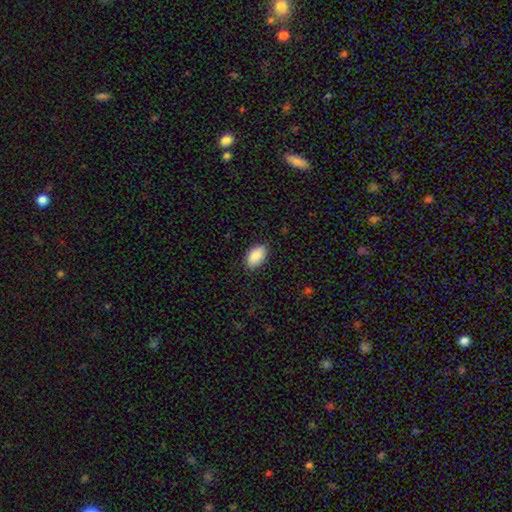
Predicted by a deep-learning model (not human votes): A smooth galaxy with no disk features (89%) that is in between round and cigar-shaped (94%). Merging: none (86%).